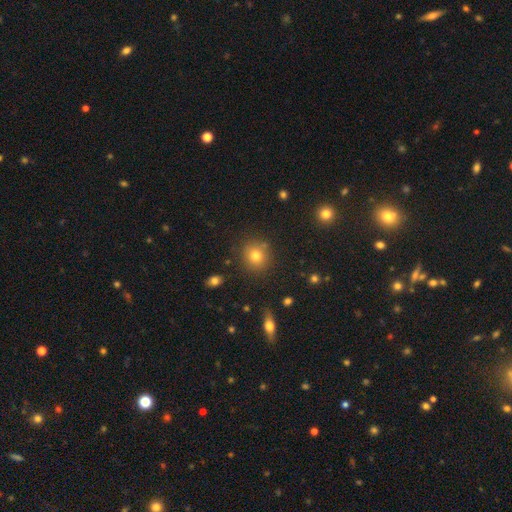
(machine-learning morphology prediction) A smooth galaxy with no disk features (76%) that is round (88%). Merging: none (85%).